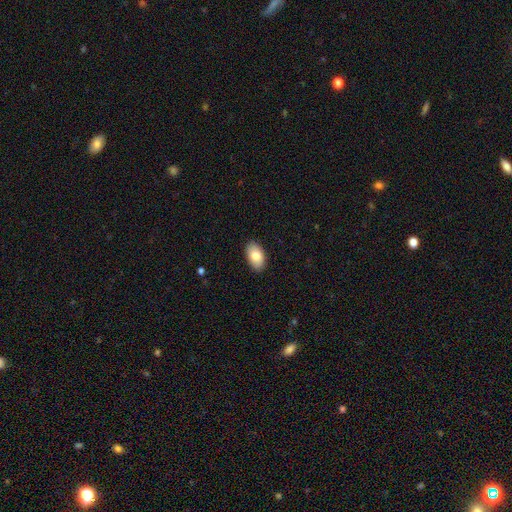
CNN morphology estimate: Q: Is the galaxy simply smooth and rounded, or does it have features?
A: smooth — 82%.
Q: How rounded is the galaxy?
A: in between — 94%.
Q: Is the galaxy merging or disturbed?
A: none — 89%.